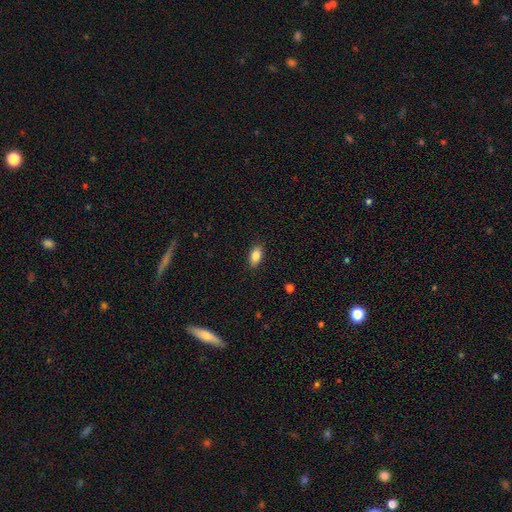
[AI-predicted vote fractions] Morphology: type=smooth (85%); roundness=in between (90%); merging=none (88%).